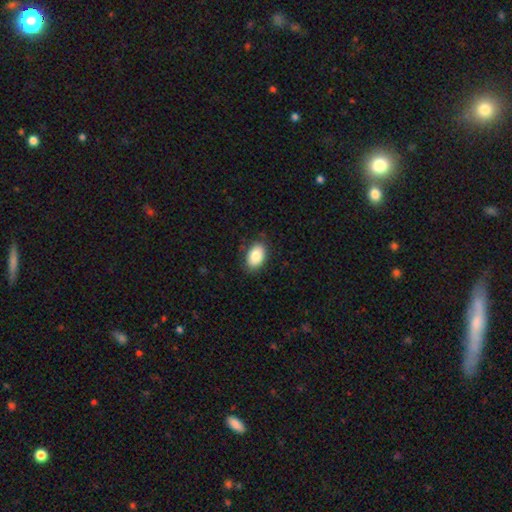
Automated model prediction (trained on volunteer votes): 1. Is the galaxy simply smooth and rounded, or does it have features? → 86% smooth, 7% featured or disk, 7% star or artifact.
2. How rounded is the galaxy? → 90% in between, 9% round, 1% cigar-shaped.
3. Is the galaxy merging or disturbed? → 84% none, 12% minor disturbance, 3% major disturbance, 1% merger.